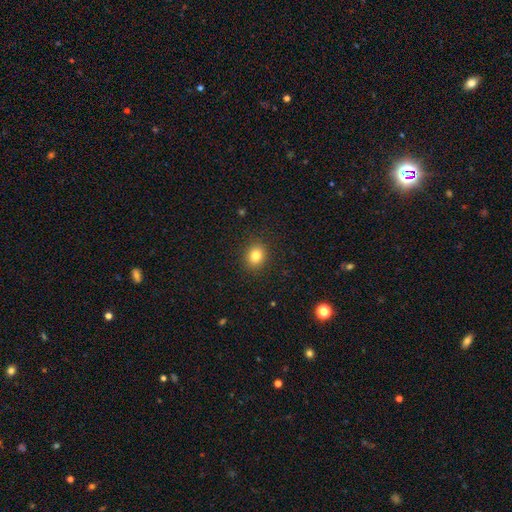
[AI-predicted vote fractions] Smooth or featured: smooth — 82% (star or artifact — 12%)
How rounded: round — 67% (in between — 32%)
Merging: none — 90% (minor disturbance — 7%)